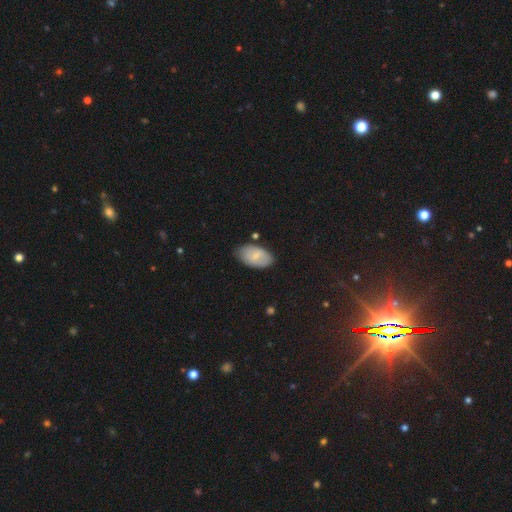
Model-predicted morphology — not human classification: smooth-or-featured: smooth: 72% | featured or disk: 21% | star or artifact: 7%
  how-rounded: in between: 94% | round: 4% | cigar-shaped: 2%
  merging: none: 74% | minor disturbance: 20% | major disturbance: 4% | merger: 2%